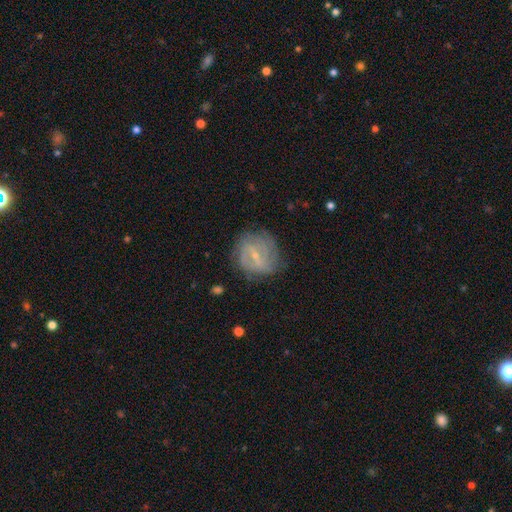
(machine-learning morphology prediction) type=featured or disk (68%); edge-on=no (96%); bar=weak (55%); spiral arms=yes (77%); winding=tight (49%); arm count=can't tell (47%); bulge=small (72%); merging=none (69%).